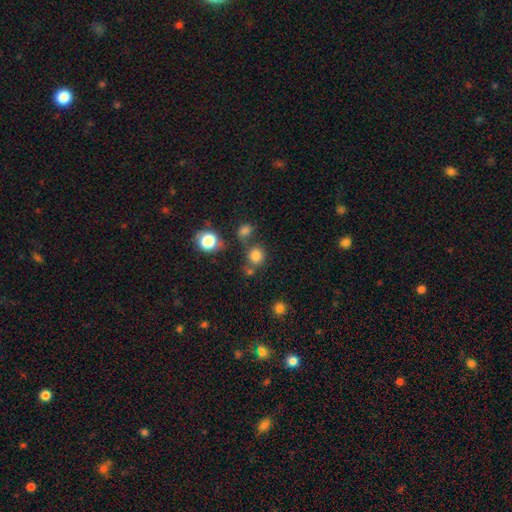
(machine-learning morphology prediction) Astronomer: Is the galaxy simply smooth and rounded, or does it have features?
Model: smooth — 78%.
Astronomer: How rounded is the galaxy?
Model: round — 86%.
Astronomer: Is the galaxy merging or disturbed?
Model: none — 65%.